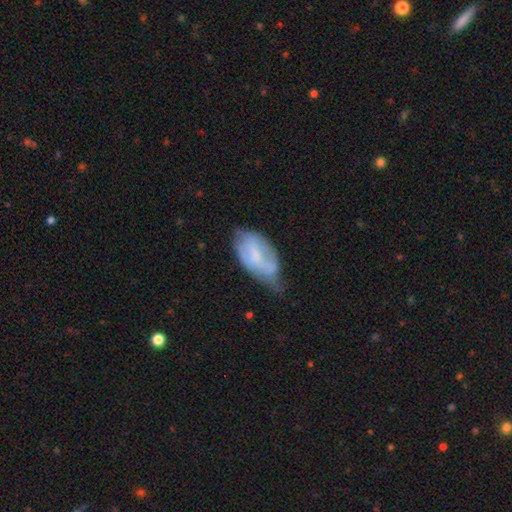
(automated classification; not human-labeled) The model was most divided on "smooth or featured": featured or disk: 47%, smooth: 46%, star or artifact: 7%. Remaining: merging — minor disturbance (46%).